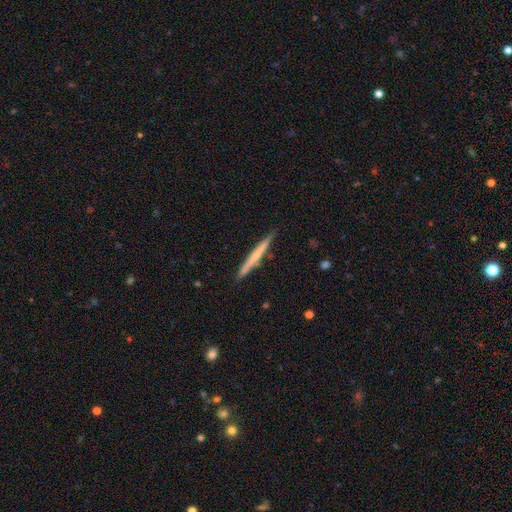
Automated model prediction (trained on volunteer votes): Smooth or featured?
  - smooth: 47% * (tied)
  - featured or disk: 47% * (tied)
  - star or artifact: 6%
Merging?
  - none: 88% *
  - minor disturbance: 9%
  - merger: 2%
  - major disturbance: 1%